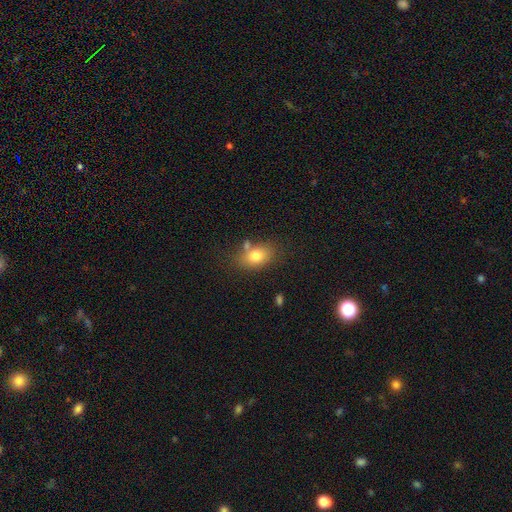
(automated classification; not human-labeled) Q: Smooth or featured?
A: smooth (78%); runner-up: featured or disk (13%)
Q: How rounded?
A: in between (81%); runner-up: round (17%)
Q: Merging?
A: none (64%); runner-up: minor disturbance (17%)